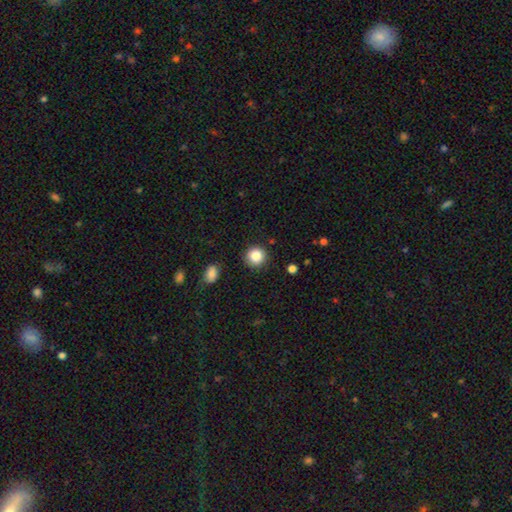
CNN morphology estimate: Smooth or featured: smooth — 87% (star or artifact — 10%)
How rounded: round — 93% (in between — 6%)
Merging: none — 88% (minor disturbance — 7%)